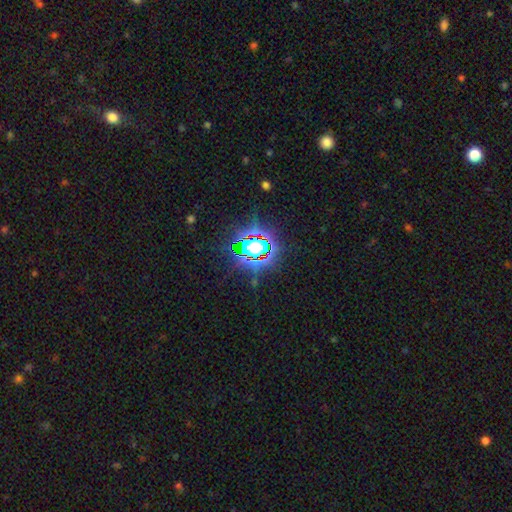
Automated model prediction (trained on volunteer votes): Overall: star or artifact (82%).